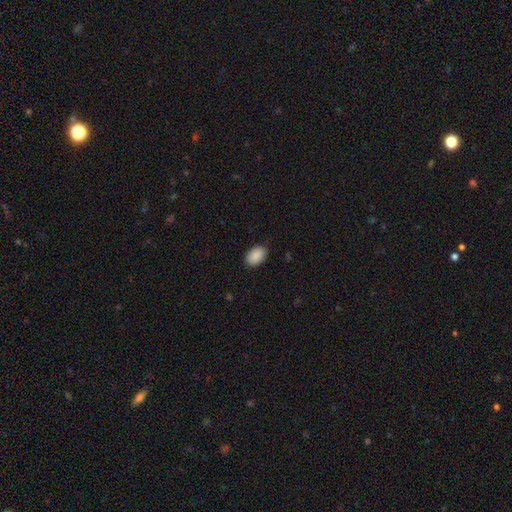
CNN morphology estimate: Q: Smooth or featured?
A: smooth (90%); runner-up: star or artifact (7%)
Q: How rounded?
A: in between (90%); runner-up: round (9%)
Q: Merging?
A: none (87%); runner-up: minor disturbance (10%)